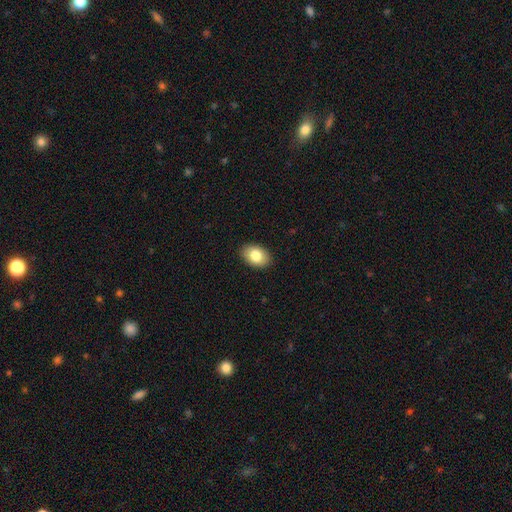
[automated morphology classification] smooth_or_featured: smooth (p=0.83) [alt: featured or disk p=0.10]
how_rounded: in between (p=0.85) [alt: round p=0.14]
merging: none (p=0.90) [alt: minor disturbance p=0.08]